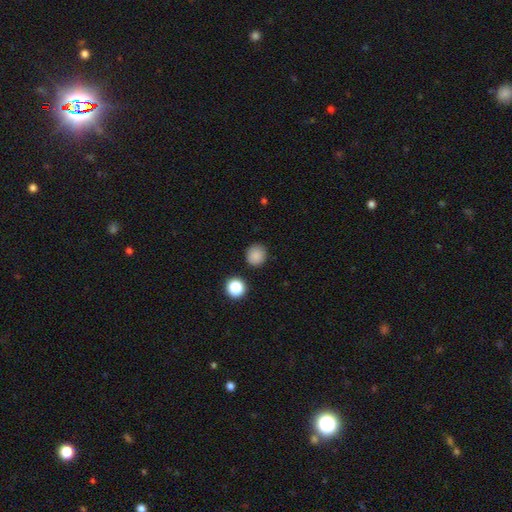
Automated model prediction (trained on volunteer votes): Smooth or featured? Predicted: smooth (p=0.85). How rounded? Predicted: round (p=0.91). Merging? Predicted: none (p=0.88).